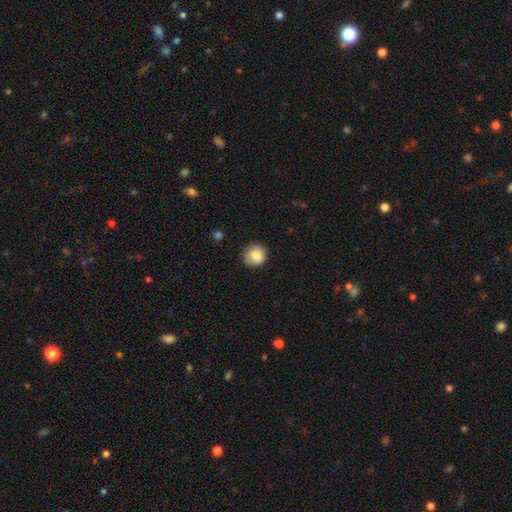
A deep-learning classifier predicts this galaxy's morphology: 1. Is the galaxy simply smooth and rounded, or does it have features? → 84% smooth, 8% featured or disk, 8% star or artifact.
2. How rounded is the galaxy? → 86% round, 13% in between, 1% cigar-shaped.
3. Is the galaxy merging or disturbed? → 80% none, 15% minor disturbance, 3% major disturbance, 1% merger.